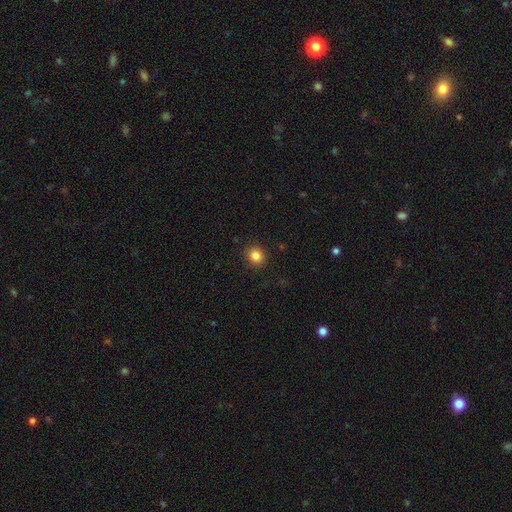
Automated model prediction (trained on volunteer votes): smooth_or_featured: smooth (p=0.85) [alt: star or artifact p=0.11]
how_rounded: round (p=0.82) [alt: in between p=0.17]
merging: none (p=0.90) [alt: minor disturbance p=0.07]